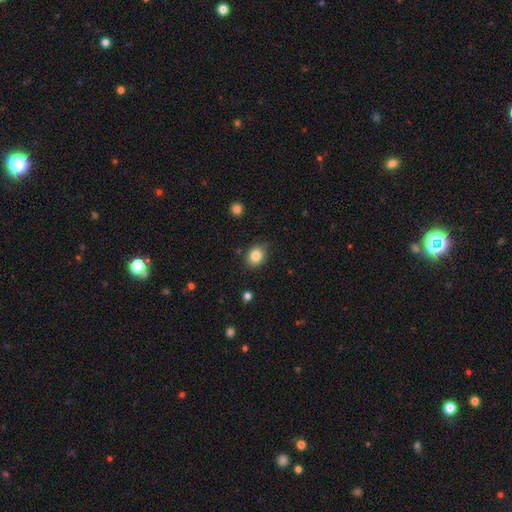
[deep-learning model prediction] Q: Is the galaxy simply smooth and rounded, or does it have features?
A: smooth — 84%.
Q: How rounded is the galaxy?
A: round — 56%.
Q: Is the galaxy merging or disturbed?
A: none — 80%.